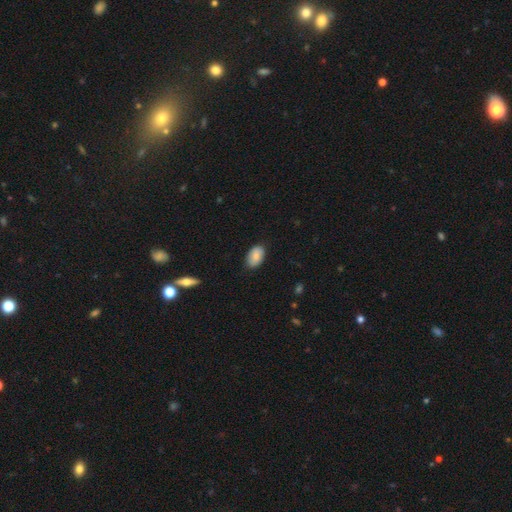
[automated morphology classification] Smooth or featured?
  - smooth: 85% *
  - featured or disk: 9%
  - star or artifact: 7%
How rounded?
  - in between: 93% *
  - round: 6%
  - cigar-shaped: 1%
Merging?
  - none: 84% *
  - minor disturbance: 13%
  - major disturbance: 2%
  - merger: 1%